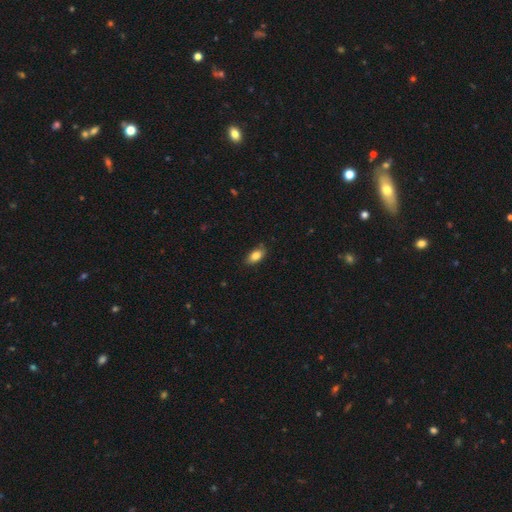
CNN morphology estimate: Smooth or featured?
  - smooth: 83% *
  - featured or disk: 9%
  - star or artifact: 8%
How rounded?
  - in between: 89% *
  - cigar-shaped: 6%
  - round: 5%
Merging?
  - none: 80% *
  - minor disturbance: 16%
  - major disturbance: 3%
  - merger: 1%